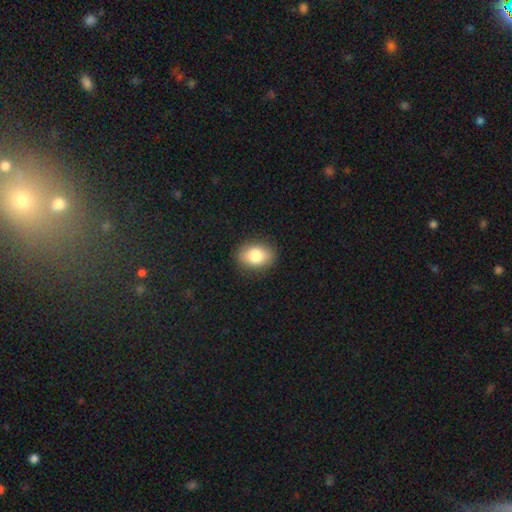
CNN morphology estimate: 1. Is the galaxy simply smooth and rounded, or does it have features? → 83% smooth, 9% featured or disk, 8% star or artifact.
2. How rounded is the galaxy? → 68% in between, 31% round, 1% cigar-shaped.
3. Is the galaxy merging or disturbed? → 88% none, 9% minor disturbance, 2% major disturbance, 1% merger.